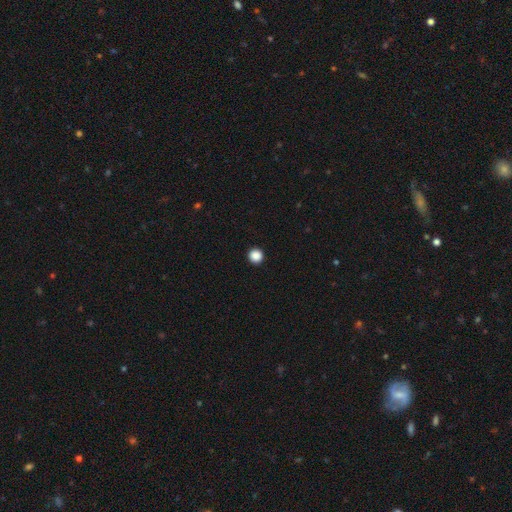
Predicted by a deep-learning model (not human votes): smooth_or_featured: smooth (p=0.88) [alt: star or artifact p=0.10]
how_rounded: round (p=0.96) [alt: in between p=0.03]
merging: none (p=0.94) [alt: minor disturbance p=0.04]